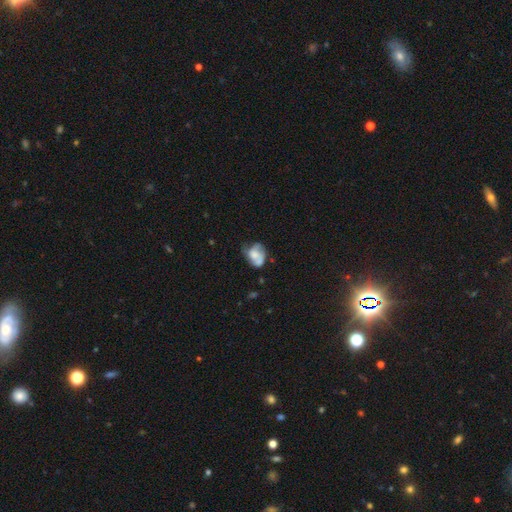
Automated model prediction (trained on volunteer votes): Overall: featured or disk (46%; smooth 45%). Merging: none (34%; minor disturbance 29%).